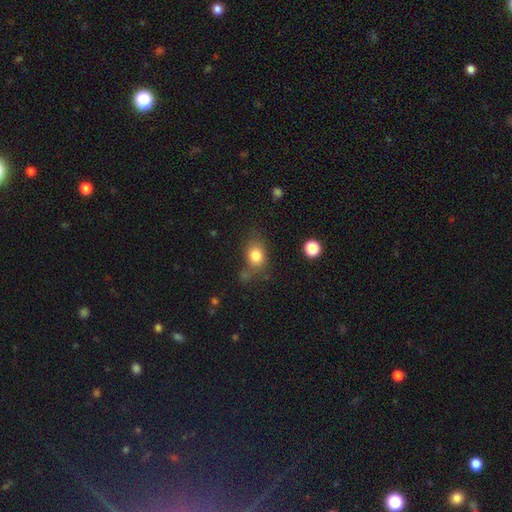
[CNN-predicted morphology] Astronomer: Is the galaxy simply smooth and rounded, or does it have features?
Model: smooth — 80%.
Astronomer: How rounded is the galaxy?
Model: in between — 57% (runner-up: round, 42%).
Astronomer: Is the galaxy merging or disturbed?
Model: none — 64%.